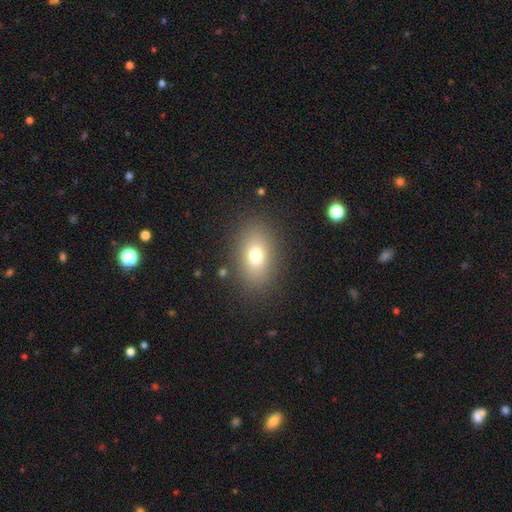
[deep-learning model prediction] Morphology: type=smooth (74%); roundness=in between (82%); merging=none (86%).